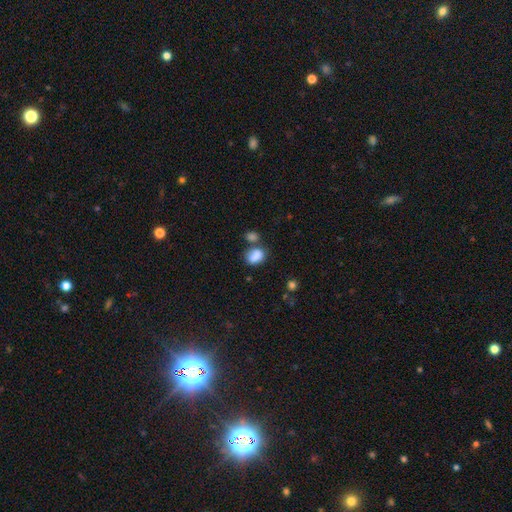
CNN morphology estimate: The model was most divided on "merging": none: 45%, merger: 31%, minor disturbance: 17%, major disturbance: 7%. More confident: smooth or featured — smooth (83%); how rounded — in between (70%).